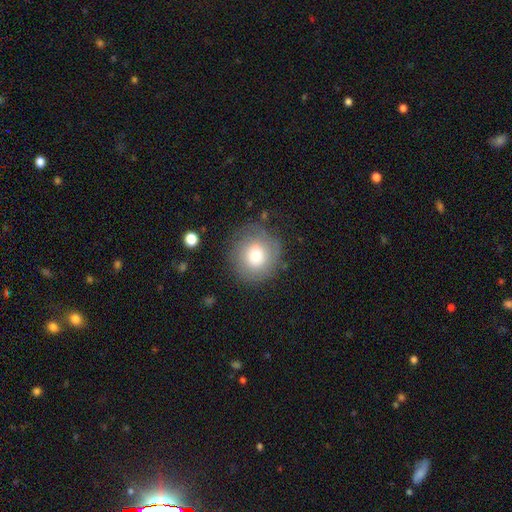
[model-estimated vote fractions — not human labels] Smooth or featured? smooth (68%)
How rounded? round (89%)
Merging? none (75%)